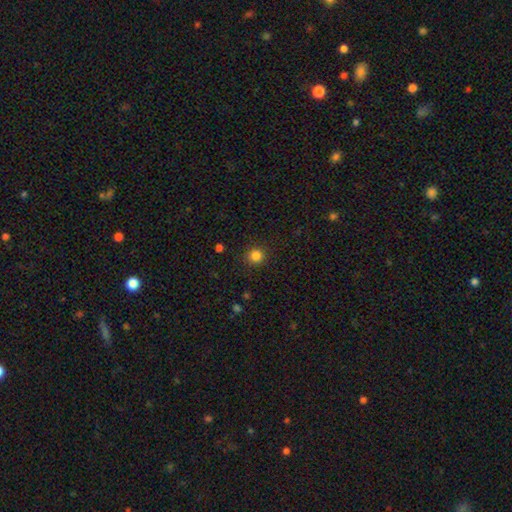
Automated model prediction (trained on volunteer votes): Smooth or featured? Predicted: smooth (p=0.83). How rounded? Predicted: round (p=0.92). Merging? Predicted: none (p=0.90).